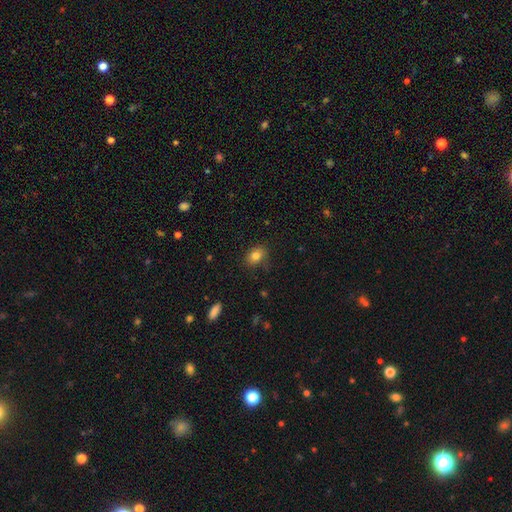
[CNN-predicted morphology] smooth_or_featured: smooth (p=0.82) [alt: star or artifact p=0.10]
how_rounded: in between (p=0.62) [alt: round p=0.36]
merging: none (p=0.80) [alt: minor disturbance p=0.15]